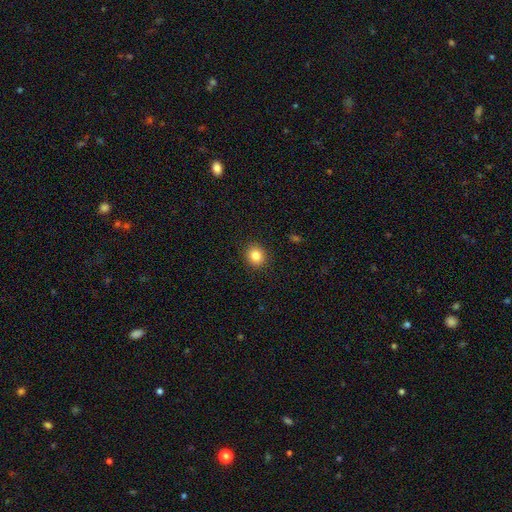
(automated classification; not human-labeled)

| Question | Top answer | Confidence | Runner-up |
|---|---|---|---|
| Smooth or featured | smooth | 84% | star or artifact (10%) |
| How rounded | round | 82% | in between (17%) |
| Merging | none | 91% | minor disturbance (6%) |